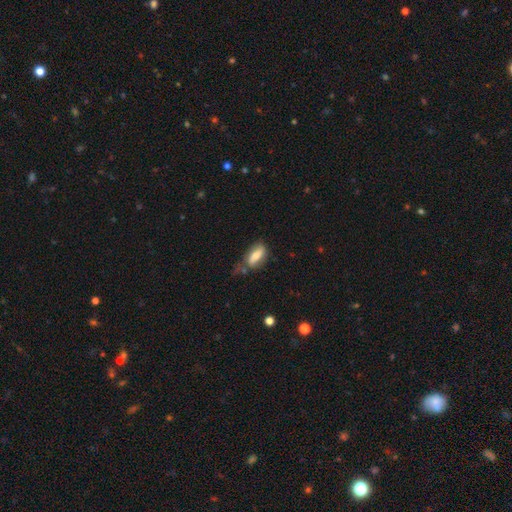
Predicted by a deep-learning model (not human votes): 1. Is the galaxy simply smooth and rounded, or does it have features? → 63% smooth, 30% featured or disk, 8% star or artifact.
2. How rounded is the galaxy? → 81% in between, 16% cigar-shaped, 4% round.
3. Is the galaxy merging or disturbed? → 48% none, 31% minor disturbance, 13% major disturbance, 8% merger.